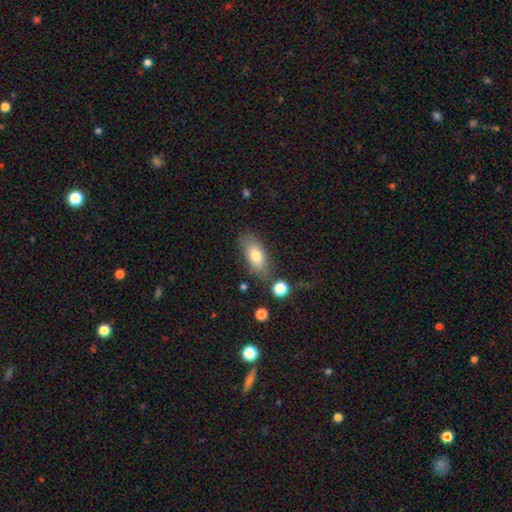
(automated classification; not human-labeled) This is likely a smooth galaxy (78%). How rounded: clearly in between (86%). Merging: likely none (74%).